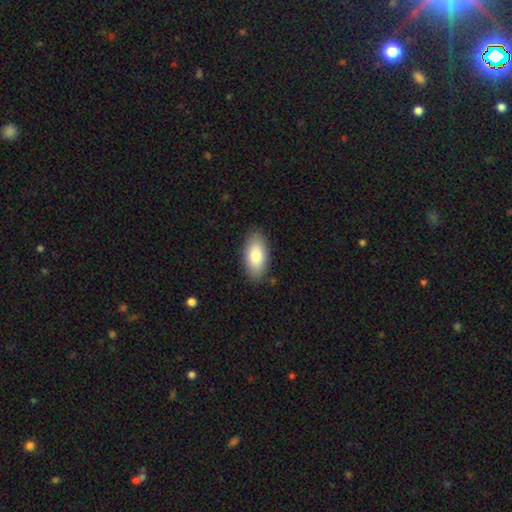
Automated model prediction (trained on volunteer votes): Smooth or featured?
  - smooth: 83% *
  - featured or disk: 11%
  - star or artifact: 6%
How rounded?
  - in between: 92% *
  - cigar-shaped: 6%
  - round: 2%
Merging?
  - none: 86% *
  - minor disturbance: 11%
  - major disturbance: 2%
  - merger: 1%